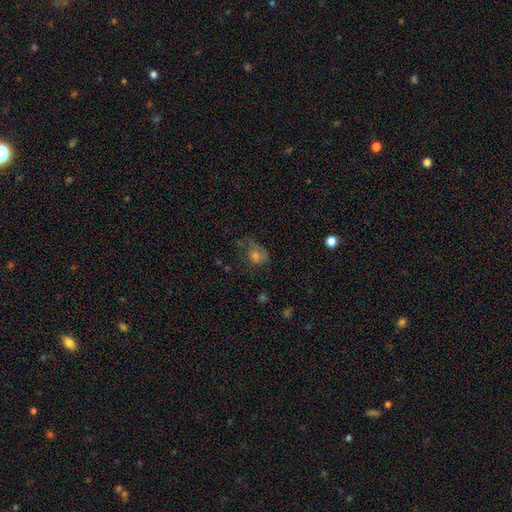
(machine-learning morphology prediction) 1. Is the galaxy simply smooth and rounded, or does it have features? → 54% smooth, 27% featured or disk, 19% star or artifact.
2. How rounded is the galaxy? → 51% in between, 48% round, 2% cigar-shaped.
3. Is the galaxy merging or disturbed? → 39% none, 32% major disturbance, 26% minor disturbance, 3% merger.